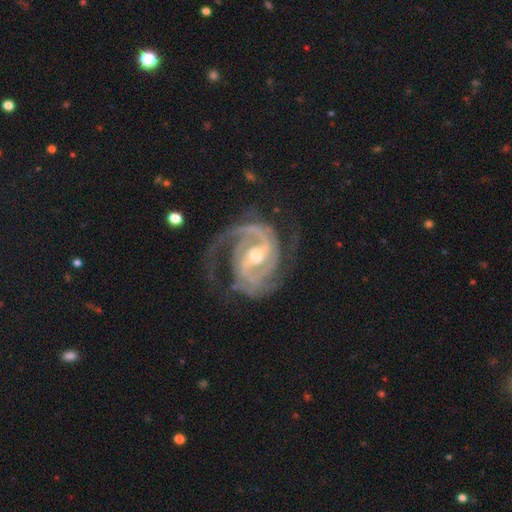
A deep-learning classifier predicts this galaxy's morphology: Smooth or featured?
  - featured or disk: 93% *
  - star or artifact: 4%
  - smooth: 3%
Edge-on disk?
  - no: 98% *
  - yes: 2%
Bar?
  - weak: 43% *
  - strong: 39%
  - no: 18%
Spiral arms?
  - yes: 98% *
  - no: 2%
Spiral winding?
  - medium: 47% *
  - tight: 44%
  - loose: 9%
Spiral arm count?
  - 2: 65% *
  - 3: 17%
  - can't tell: 7%
  - 1: 4%
  - 4: 4%
  - more than 4: 3%
Bulge size?
  - moderate: 64% *
  - small: 30%
  - large: 4%
  - none: 1%
  - dominant: 1%
Merging?
  - none: 67% *
  - minor disturbance: 18%
  - major disturbance: 13%
  - merger: 2%